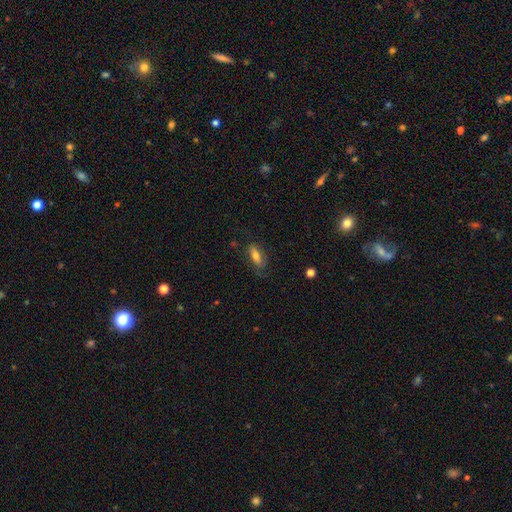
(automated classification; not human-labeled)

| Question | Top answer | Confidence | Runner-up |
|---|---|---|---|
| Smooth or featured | smooth | 66% | featured or disk (26%) |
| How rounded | in between | 71% | cigar-shaped (26%) |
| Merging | none | 63% | minor disturbance (24%) |